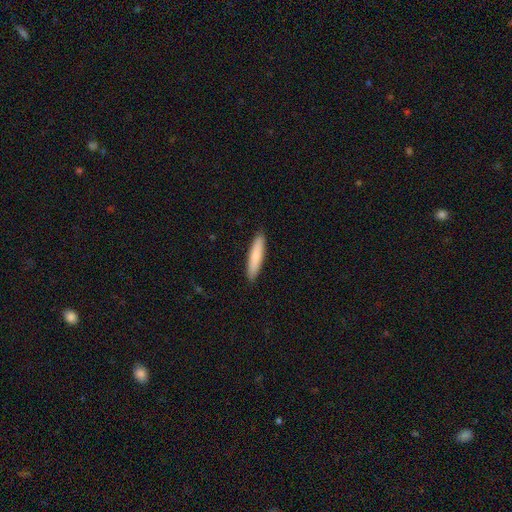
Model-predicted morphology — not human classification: Q: Smooth or featured?
A: smooth (80%); runner-up: featured or disk (14%)
Q: How rounded?
A: cigar-shaped (87%); runner-up: in between (12%)
Q: Merging?
A: none (91%); runner-up: minor disturbance (6%)